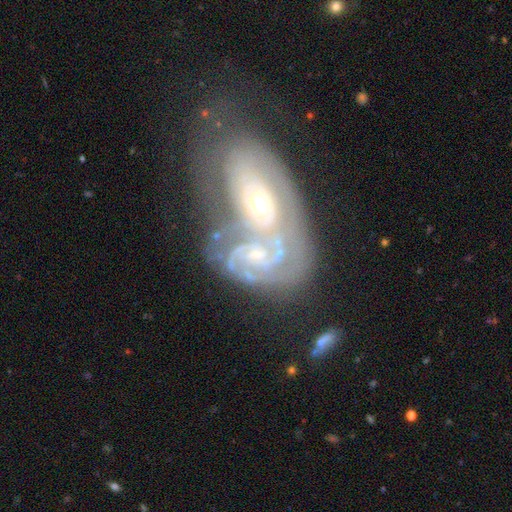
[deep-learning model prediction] Smooth or featured? Predicted: featured or disk (p=0.84). Edge-on disk? Predicted: no (p=0.96). Bar? Predicted: no (p=0.69). Spiral arms? Predicted: yes (p=0.91). Spiral winding? Predicted: tight (p=0.59). Spiral arm count? Predicted: 2 (p=0.34). Bulge size? Predicted: small (p=0.55). Merging? Predicted: merger (p=0.61).